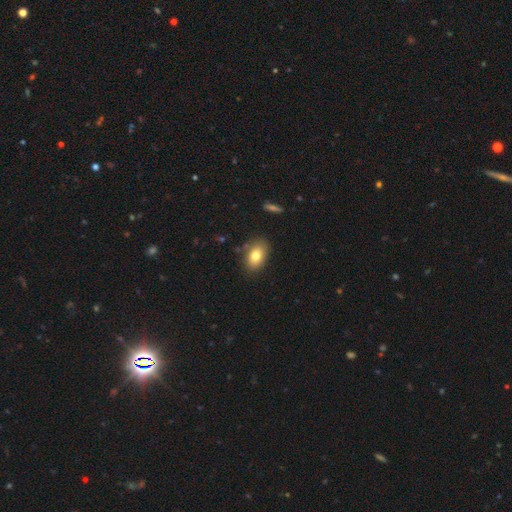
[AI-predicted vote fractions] Morphology: type=smooth (79%); roundness=in between (86%); merging=none (82%).